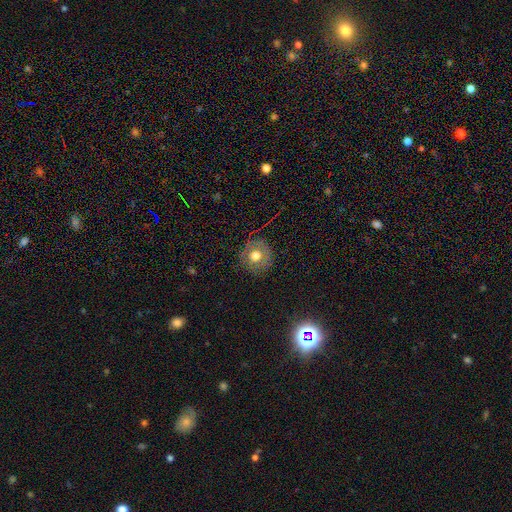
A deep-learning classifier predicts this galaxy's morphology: smooth_or_featured: smooth (p=0.59) [alt: featured or disk p=0.30]
how_rounded: round (p=0.89) [alt: in between p=0.10]
merging: none (p=0.82) [alt: minor disturbance p=0.12]